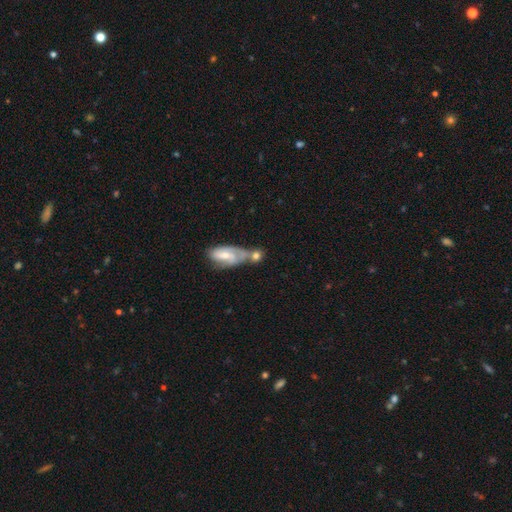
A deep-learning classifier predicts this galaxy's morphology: A smooth galaxy with no disk features (63%) that is round (54%). Merging: merger (46%).